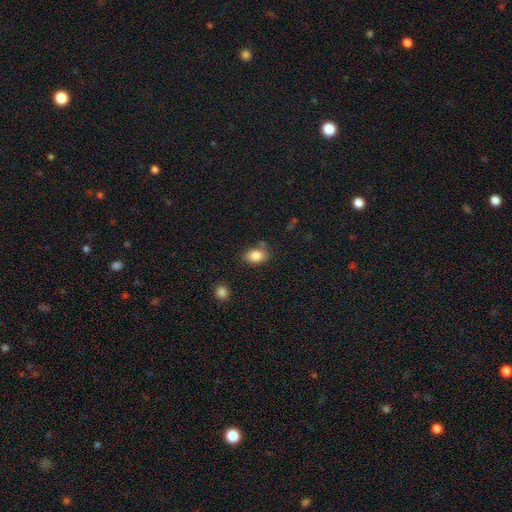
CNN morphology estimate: Smooth or featured? smooth (85%)
How rounded? in between (83%)
Merging? none (74%)